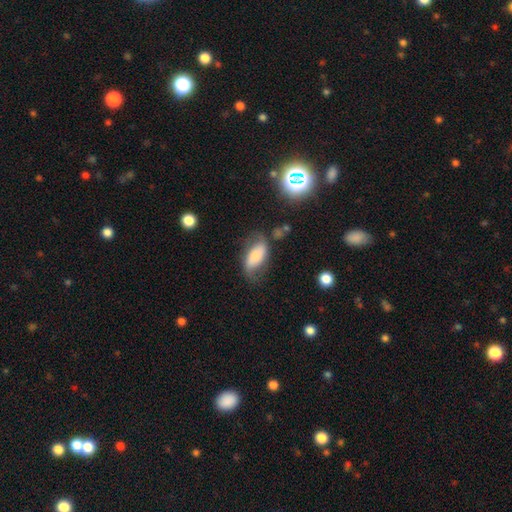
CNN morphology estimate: Smooth or featured: smooth — 57% (featured or disk — 35%)
How rounded: in between — 89% (cigar-shaped — 7%)
Merging: none — 55% (minor disturbance — 27%)